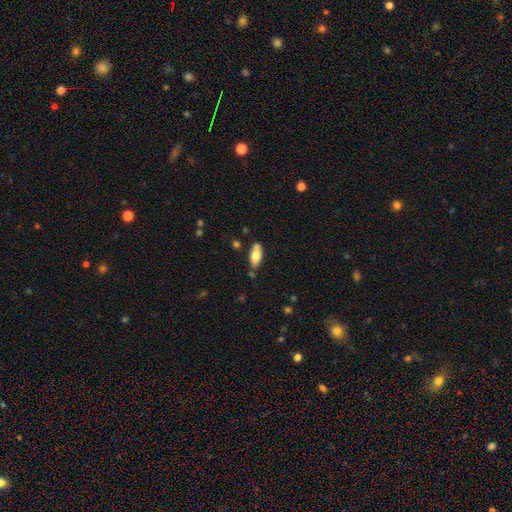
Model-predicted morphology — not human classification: Smooth or featured? smooth (71%)
How rounded? in between (83%)
Merging? none (72%)